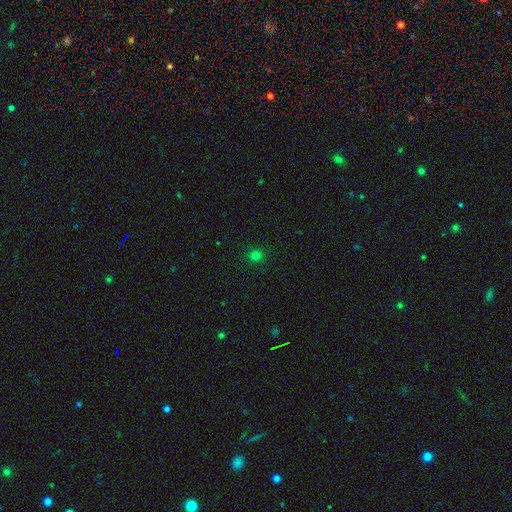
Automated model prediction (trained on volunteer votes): Q: Smooth or featured?
A: smooth (76%); runner-up: star or artifact (19%)
Q: How rounded?
A: round (88%); runner-up: in between (11%)
Q: Merging?
A: none (90%); runner-up: minor disturbance (6%)